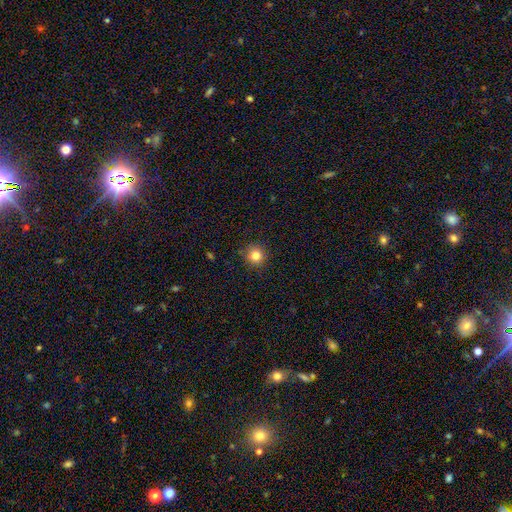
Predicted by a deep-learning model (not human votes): Smooth or featured? Predicted: smooth (p=0.82). How rounded? Predicted: round (p=0.94). Merging? Predicted: none (p=0.89).